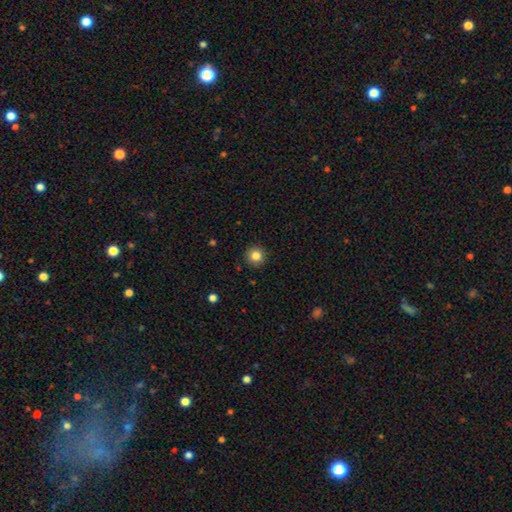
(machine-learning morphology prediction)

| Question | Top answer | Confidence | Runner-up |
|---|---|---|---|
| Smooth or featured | smooth | 83% | star or artifact (11%) |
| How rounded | round | 95% | in between (4%) |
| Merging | none | 92% | minor disturbance (6%) |